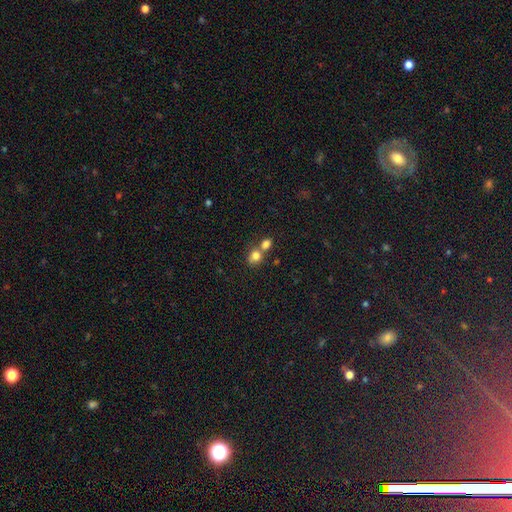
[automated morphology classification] A smooth galaxy with no disk features (79%) that is round (66%). Merging: merger (52%).